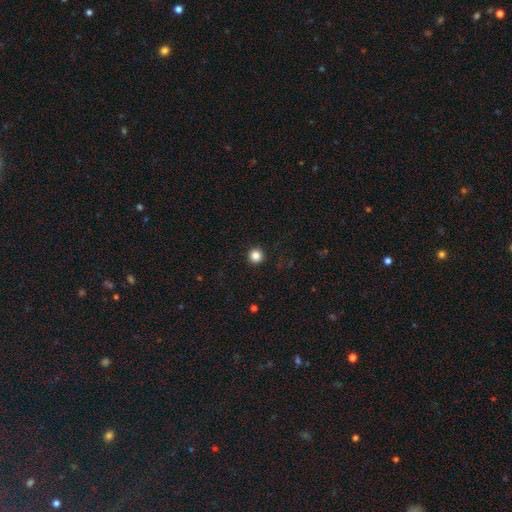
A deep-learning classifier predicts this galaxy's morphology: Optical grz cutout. It shows a smooth galaxy with no disk features (85%) that is round (96%). Merging: none (93%).